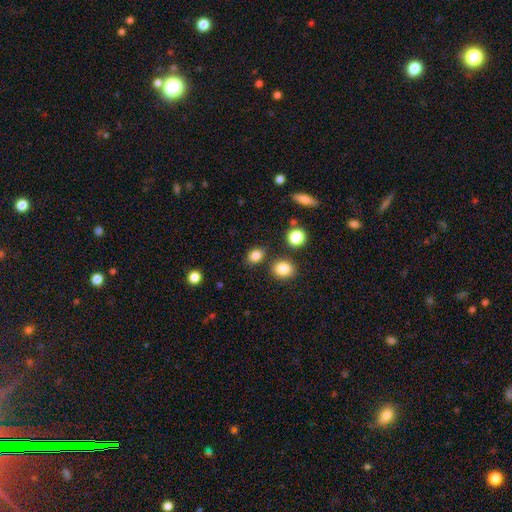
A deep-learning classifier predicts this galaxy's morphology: This appears to be a smooth galaxy with no disk features (83%) that is in between round and cigar-shaped (52%). Merging: none (78%).